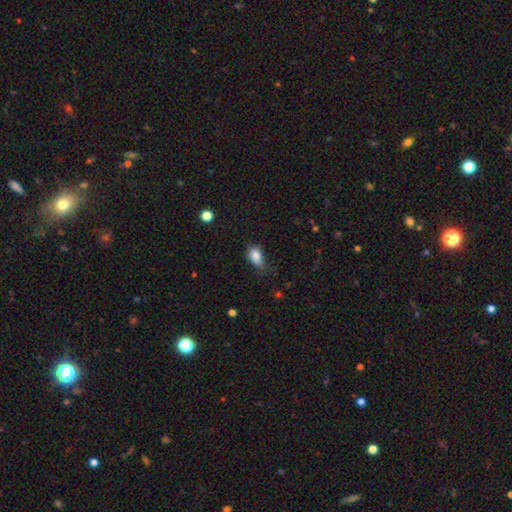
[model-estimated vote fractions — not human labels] Smooth or featured?
  - smooth: 84% *
  - star or artifact: 9%
  - featured or disk: 7%
How rounded?
  - in between: 84% *
  - round: 14%
  - cigar-shaped: 2%
Merging?
  - none: 50% *
  - minor disturbance: 36%
  - major disturbance: 12%
  - merger: 2%